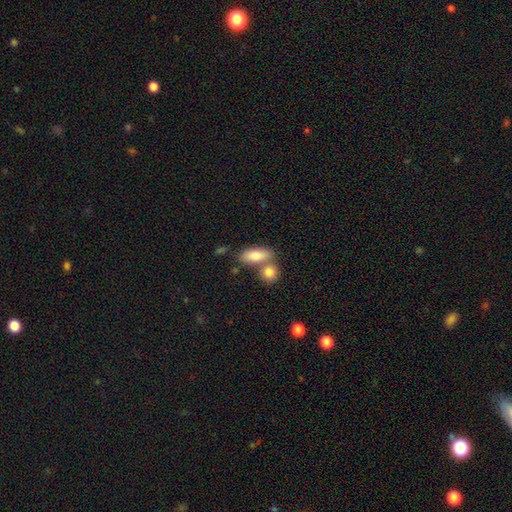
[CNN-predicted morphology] smooth_or_featured: smooth (p=0.79) [alt: featured or disk p=0.14]
how_rounded: in between (p=0.76) [alt: cigar-shaped p=0.17]
merging: none (p=0.50) [alt: merger p=0.37]